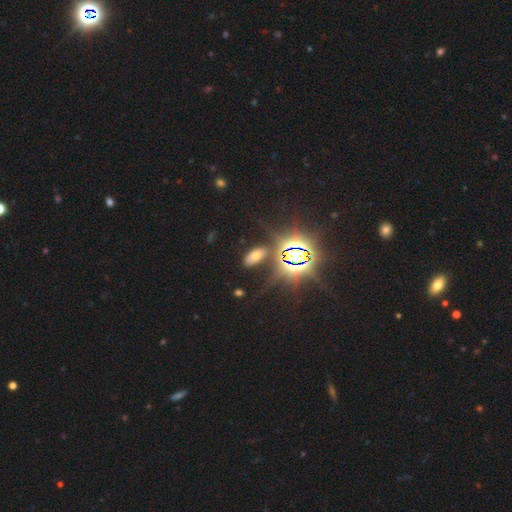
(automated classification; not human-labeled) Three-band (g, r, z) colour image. It shows a star or artifact, not a galaxy (45%).